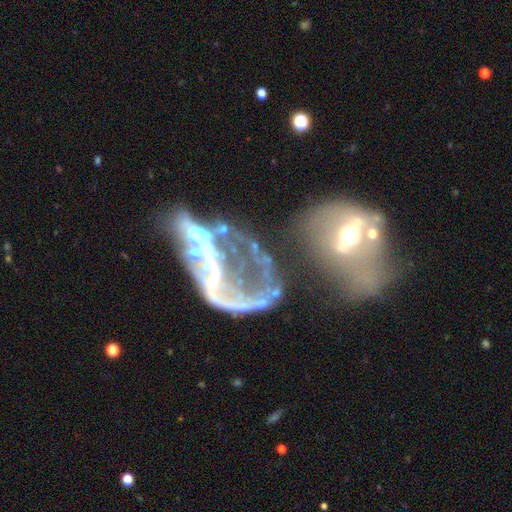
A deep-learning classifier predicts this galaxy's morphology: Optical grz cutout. It shows a featured or disk galaxy (73%) with no bar (62%), no spiral arms (56%) and no central bulge (36%). Merging: merger (42%).